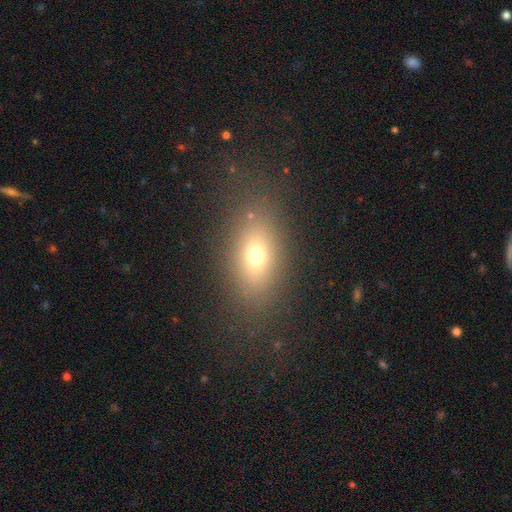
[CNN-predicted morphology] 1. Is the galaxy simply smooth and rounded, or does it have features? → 68% smooth, 16% featured or disk, 15% star or artifact.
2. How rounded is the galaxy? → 79% in between, 15% round, 6% cigar-shaped.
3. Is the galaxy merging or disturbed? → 80% none, 11% minor disturbance, 7% major disturbance, 2% merger.